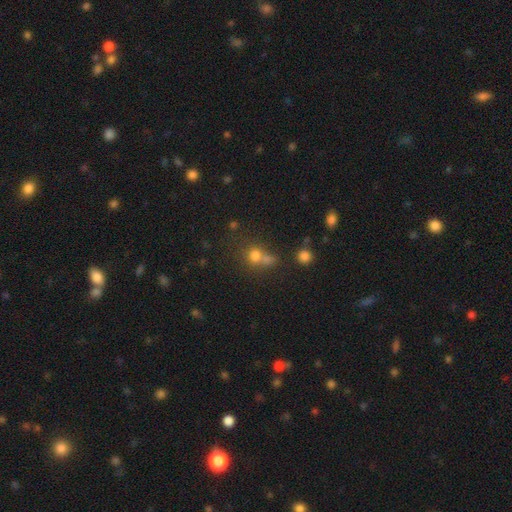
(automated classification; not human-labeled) Overall: smooth (63%; star or artifact 24%). How rounded: round (81%). Merging: none (46%; merger 39%).